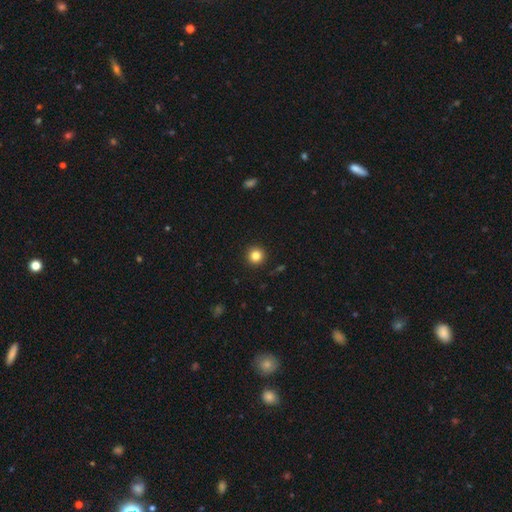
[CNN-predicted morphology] A smooth galaxy with no disk features (83%) that is round (95%). Merging: none (93%).